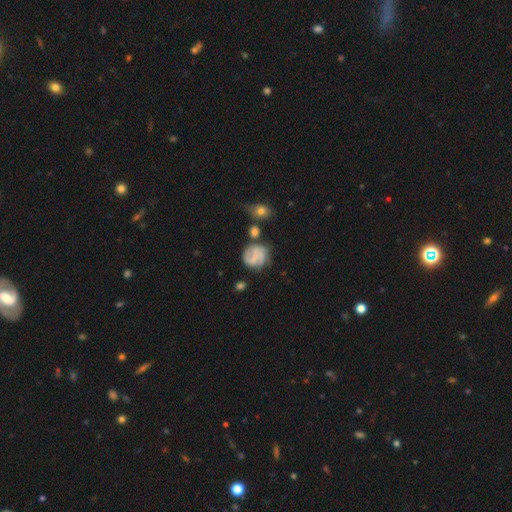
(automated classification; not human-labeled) Smooth or featured?
  - featured or disk: 57% *
  - smooth: 33%
  - star or artifact: 9%
Edge-on disk?
  - no: 98% *
  - yes: 2%
Bar?
  - no: 54% *
  - weak: 35%
  - strong: 11%
Spiral arms?
  - yes: 84% *
  - no: 16%
Bulge size?
  - none: 57% *
  - small: 31%
  - moderate: 9%
  - large: 2%
  - dominant: 1%
Merging?
  - none: 56% *
  - minor disturbance: 22%
  - major disturbance: 12%
  - merger: 10%